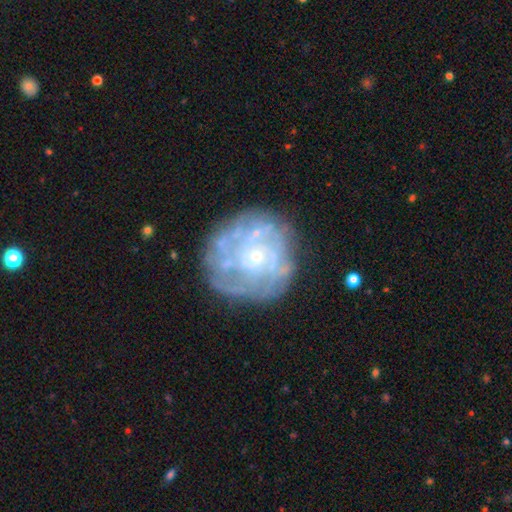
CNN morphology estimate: Overall: featured or disk (74%). Edge-on disk: no (98%). Bar: no (85%). Spiral arms: yes (60%; no 40%). Bulge size: small (79%). Merging: none (67%).